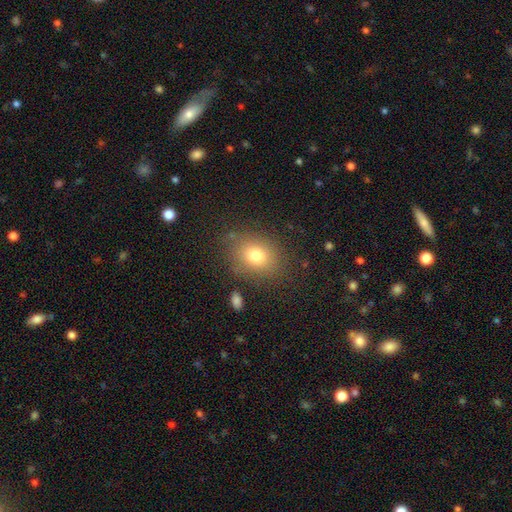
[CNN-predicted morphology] Smooth or featured? smooth (77%)
How rounded? in between (54%)
Merging? none (81%)